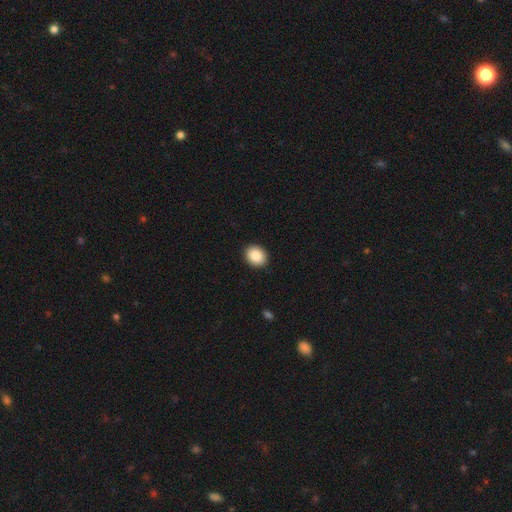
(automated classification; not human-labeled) smooth 87%, star or artifact 8%, featured or disk 5%. Down the decision tree: how rounded — round (59%); merging — none (91%).